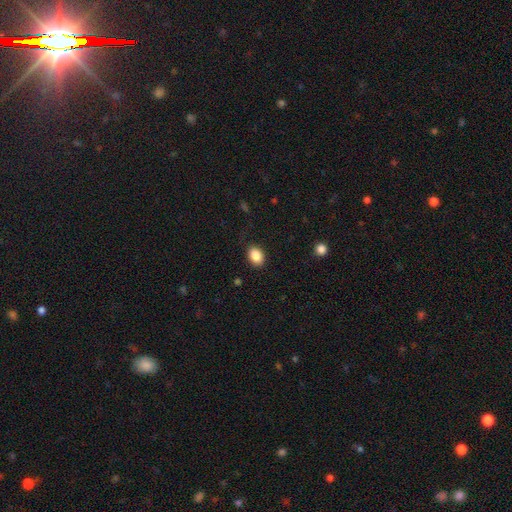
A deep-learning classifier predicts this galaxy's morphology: smooth_or_featured: smooth (p=0.87) [alt: star or artifact p=0.08]
how_rounded: in between (p=0.72) [alt: round p=0.27]
merging: none (p=0.85) [alt: minor disturbance p=0.11]